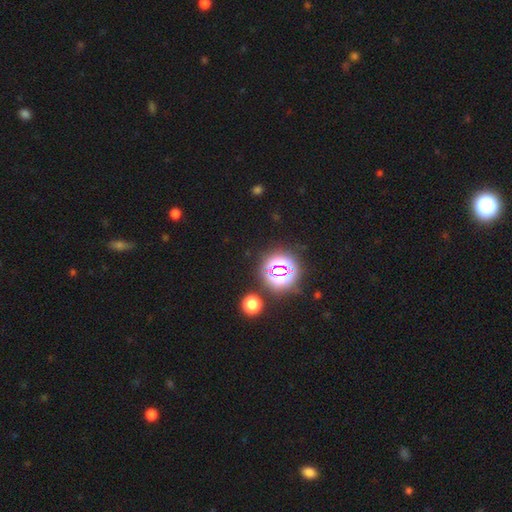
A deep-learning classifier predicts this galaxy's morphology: This is likely a star or artifact rather than a galaxy (80%).